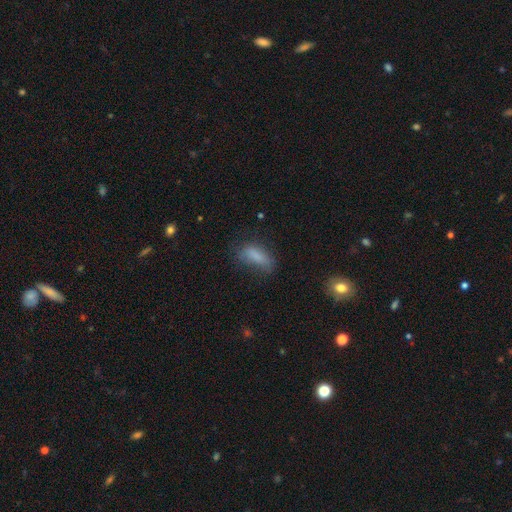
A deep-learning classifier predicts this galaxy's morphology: This is likely a smooth galaxy (78%). How rounded: likely in between (74%). Merging: possibly none (50%).